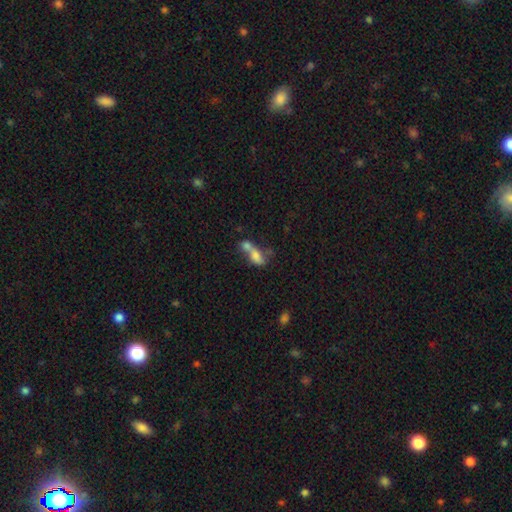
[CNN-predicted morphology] Smooth or featured? Predicted: smooth (p=0.65). How rounded? Predicted: in between (p=0.74). Merging? Predicted: merger (p=0.68).